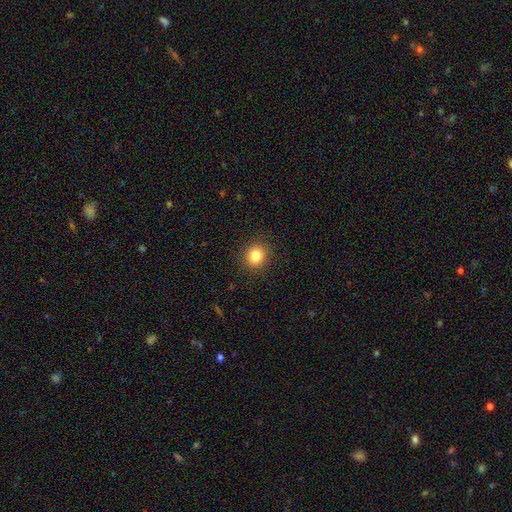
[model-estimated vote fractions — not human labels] Smooth or featured: smooth — 83% (star or artifact — 11%)
How rounded: round — 82% (in between — 18%)
Merging: none — 90% (minor disturbance — 6%)